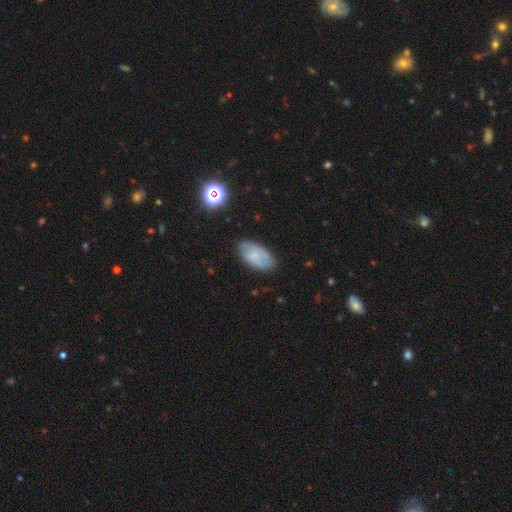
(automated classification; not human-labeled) smooth_or_featured: smooth (p=0.68) [alt: featured or disk p=0.23]
how_rounded: in between (p=0.94) [alt: round p=0.04]
merging: none (p=0.77) [alt: minor disturbance p=0.18]